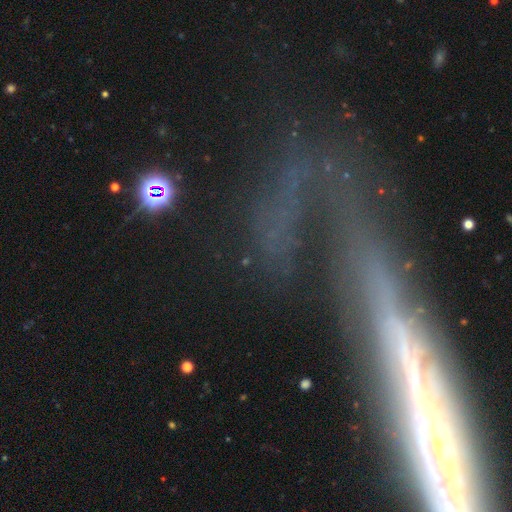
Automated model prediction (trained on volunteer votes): Overall: featured or disk (61%). Edge-on disk: yes (66%; no 34%). Merging: none (59%).